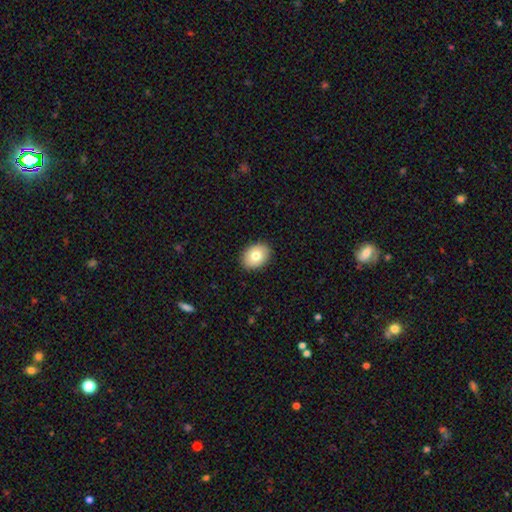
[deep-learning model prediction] Smooth or featured: smooth — 78% (featured or disk — 14%)
How rounded: in between — 67% (round — 32%)
Merging: none — 90% (minor disturbance — 7%)